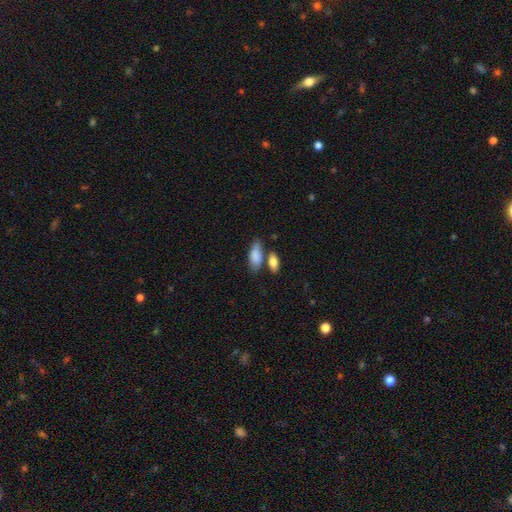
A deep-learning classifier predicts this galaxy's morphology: A smooth galaxy with no disk features (85%) that is in between round and cigar-shaped (80%). Merging: none (57%).